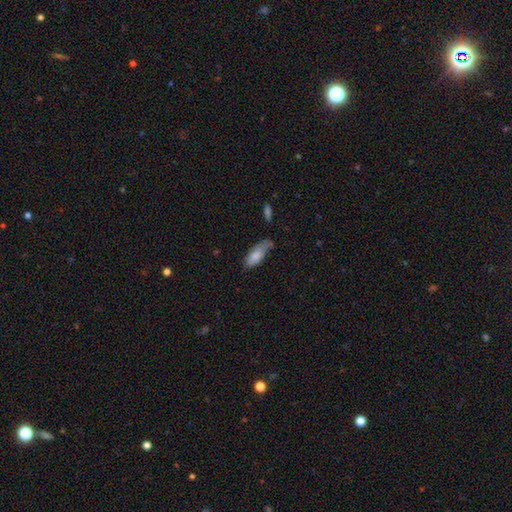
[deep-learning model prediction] smooth_or_featured: smooth (p=0.80) [alt: featured or disk p=0.13]
how_rounded: in between (p=0.75) [alt: cigar-shaped p=0.23]
merging: none (p=0.42) [alt: minor disturbance p=0.39]